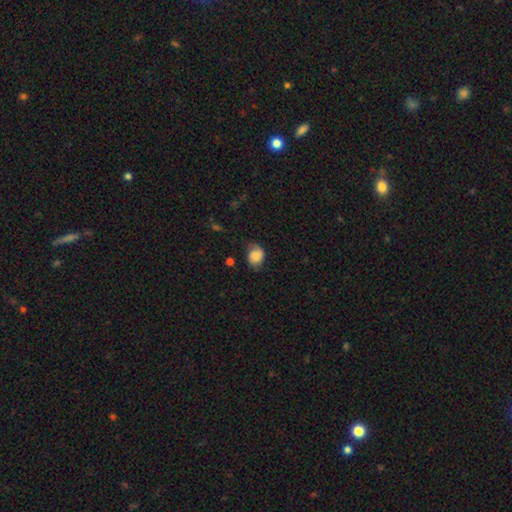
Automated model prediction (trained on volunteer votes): A smooth galaxy with no disk features (69%) that is in between round and cigar-shaped (51%). Merging: none (53%).